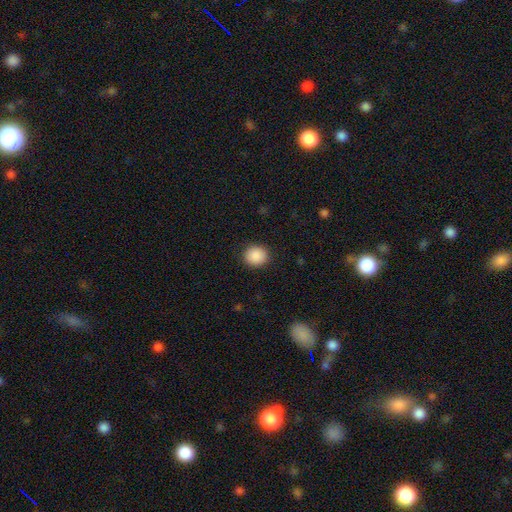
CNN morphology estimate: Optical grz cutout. It shows a smooth galaxy with no disk features (90%) that is round (84%). Merging: none (90%).